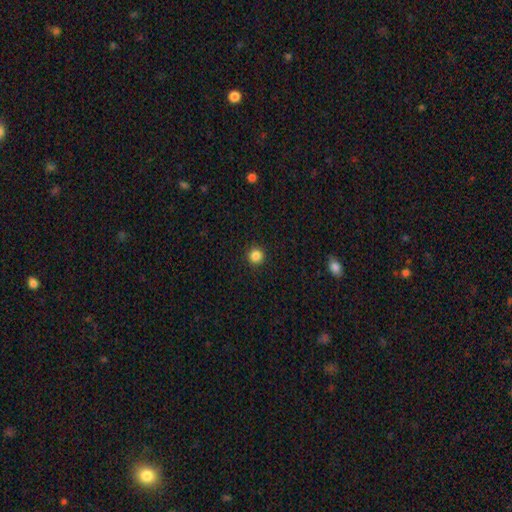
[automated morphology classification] Smooth or featured?
  - smooth: 85% *
  - star or artifact: 11%
  - featured or disk: 3%
How rounded?
  - round: 95% *
  - in between: 4%
  - cigar-shaped: 1%
Merging?
  - none: 92% *
  - minor disturbance: 5%
  - major disturbance: 2%
  - merger: 1%